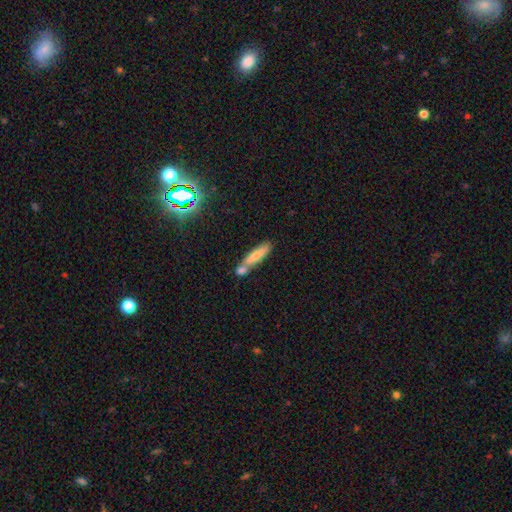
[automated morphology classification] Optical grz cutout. It shows a smooth galaxy with no disk features (71%) that is cigar-shaped (82%). Merging: none (45%).